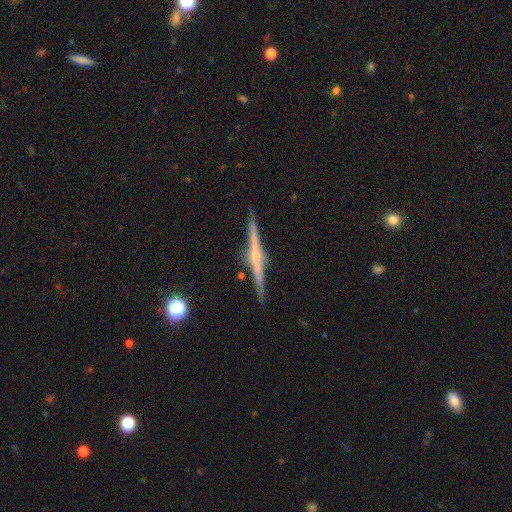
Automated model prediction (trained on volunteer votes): smooth_or_featured: featured or disk (p=0.81) [alt: smooth p=0.13]
disk_edge_on: yes (p=0.98) [alt: no p=0.02]
edge_on_bulge: rounded (p=0.76) [alt: none p=0.13]
merging: none (p=0.90) [alt: minor disturbance p=0.07]